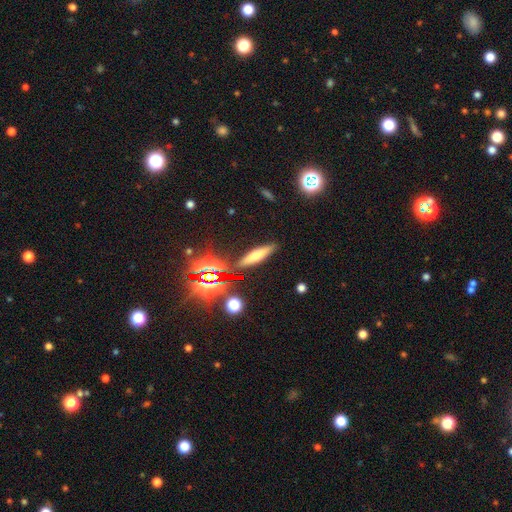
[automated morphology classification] This appears to be a smooth galaxy with no disk features (55%) that is cigar-shaped (73%). Merging: none (85%).